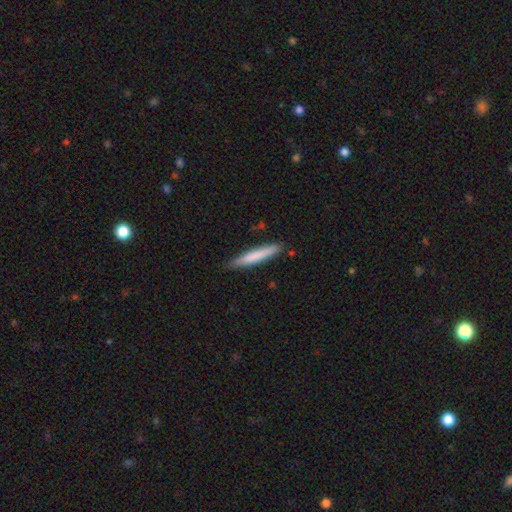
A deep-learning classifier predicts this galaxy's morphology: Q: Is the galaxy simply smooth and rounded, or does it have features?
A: smooth — 76%.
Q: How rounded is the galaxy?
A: cigar-shaped — 93%.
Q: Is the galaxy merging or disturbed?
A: none — 86%.